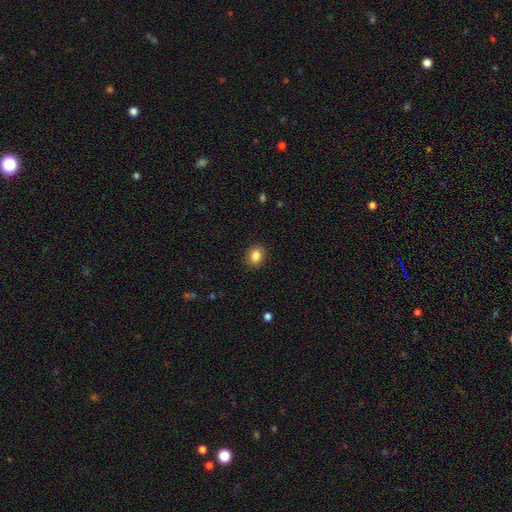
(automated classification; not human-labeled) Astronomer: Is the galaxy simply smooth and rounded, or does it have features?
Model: smooth — 86%.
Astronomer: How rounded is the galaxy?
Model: round — 51% (runner-up: in between, 48%).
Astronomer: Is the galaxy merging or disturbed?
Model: none — 89%.